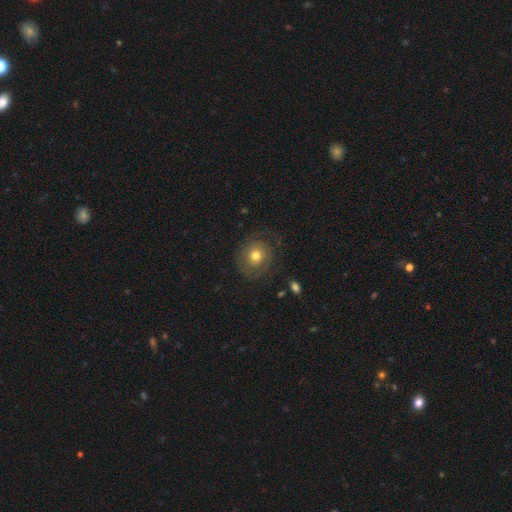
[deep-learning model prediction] Overall: smooth (52%; featured or disk 38%). How rounded: round (79%). Merging: none (70%).